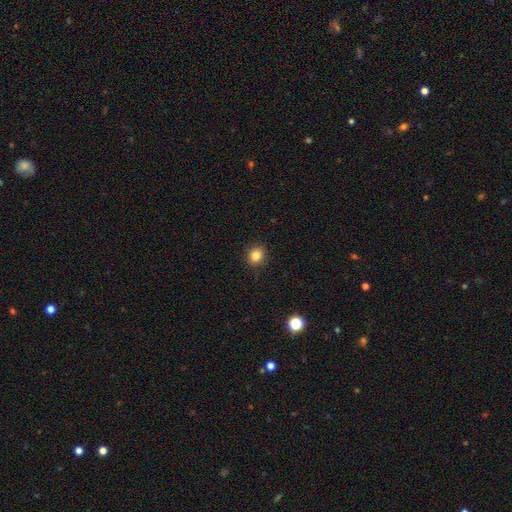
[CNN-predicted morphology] A smooth galaxy with no disk features (84%) that is round (80%). Merging: none (90%).